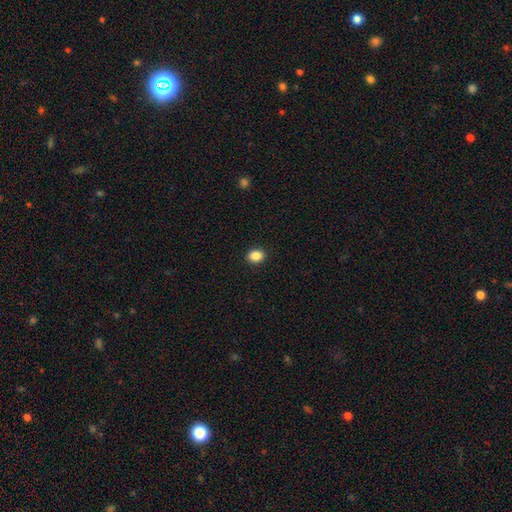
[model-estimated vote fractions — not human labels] Smooth or featured: smooth — 87% (star or artifact — 9%)
How rounded: round — 50% (in between — 49%)
Merging: none — 91% (minor disturbance — 6%)